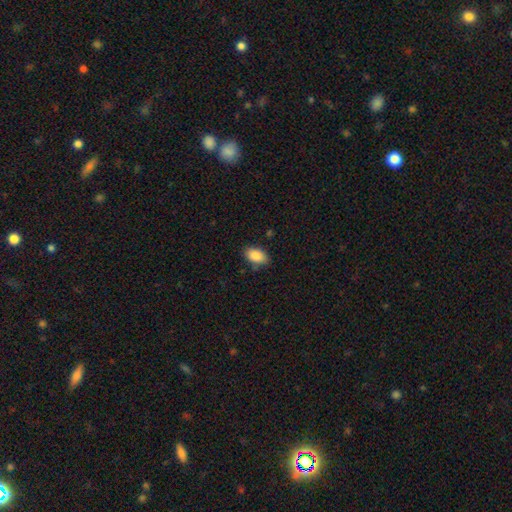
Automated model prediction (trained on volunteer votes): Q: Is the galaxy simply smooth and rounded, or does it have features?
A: smooth — 88%.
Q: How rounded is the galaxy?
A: in between — 92%.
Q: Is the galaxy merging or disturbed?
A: none — 80%.